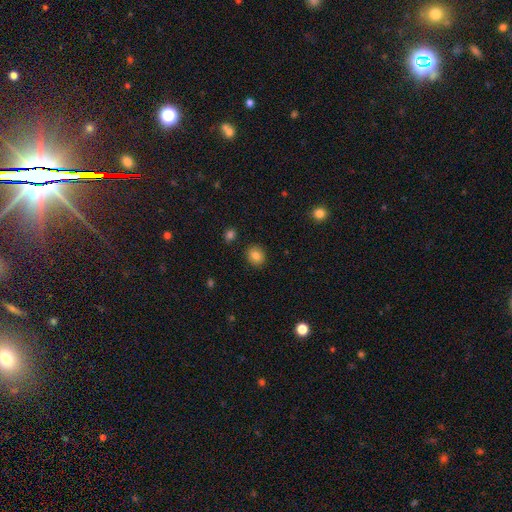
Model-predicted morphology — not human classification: The model was most divided on "how rounded": round: 74%, in between: 25%, cigar-shaped: 1%. More confident: merging — none (90%); smooth or featured — smooth (83%).